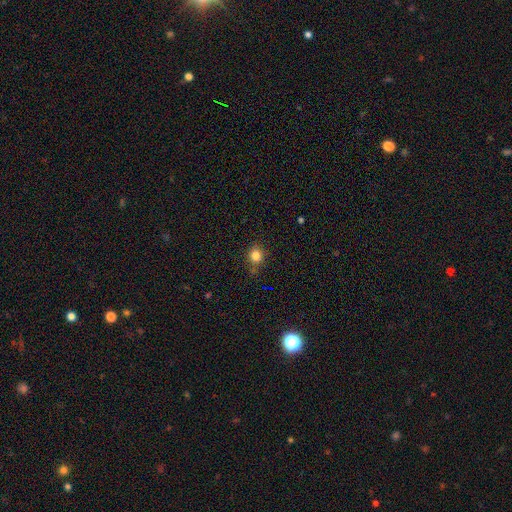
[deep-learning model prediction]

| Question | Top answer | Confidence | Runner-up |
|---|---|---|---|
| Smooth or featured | smooth | 82% | star or artifact (12%) |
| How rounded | round | 76% | in between (23%) |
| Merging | none | 79% | minor disturbance (14%) |